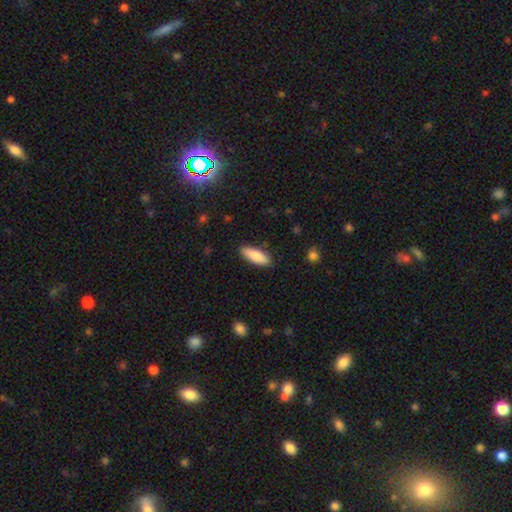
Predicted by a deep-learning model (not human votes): Q: Smooth or featured?
A: smooth (85%); runner-up: featured or disk (9%)
Q: How rounded?
A: in between (65%); runner-up: cigar-shaped (33%)
Q: Merging?
A: none (87%); runner-up: minor disturbance (10%)